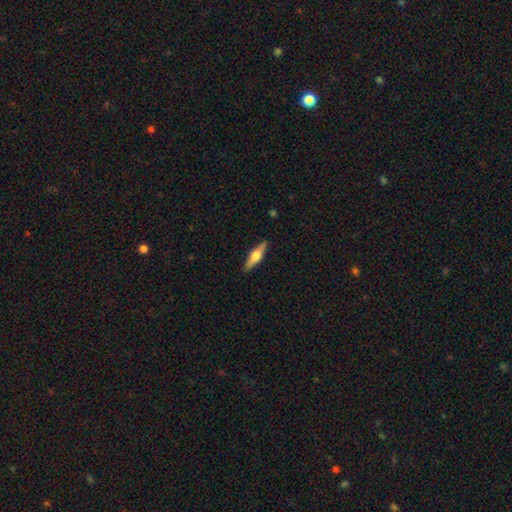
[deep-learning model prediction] The model was most divided on "smooth or featured": featured or disk: 58%, smooth: 36%, star or artifact: 6%. More confident: edge-on disk — yes (96%); edge-on bulge — rounded (91%); merging — none (89%).